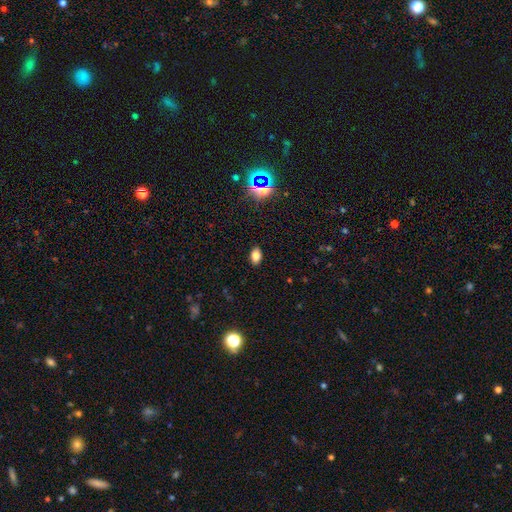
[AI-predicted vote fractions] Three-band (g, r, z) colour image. It shows a smooth galaxy with no disk features (79%) that is in between round and cigar-shaped (87%). Merging: none (88%).